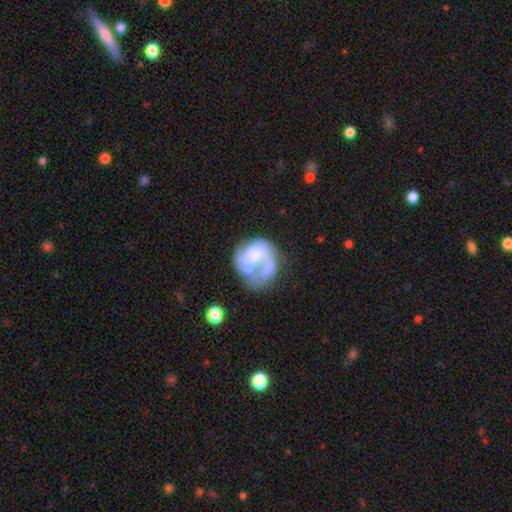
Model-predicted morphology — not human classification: Smooth or featured: featured or disk — 65% (smooth — 28%)
Edge-on disk: no — 98% (yes — 2%)
Bar: no — 75% (weak — 21%)
Spiral arms: yes — 67% (no — 33%)
Bulge size: small — 48% (moderate — 35%)
Merging: none — 33% (major disturbance — 32%)